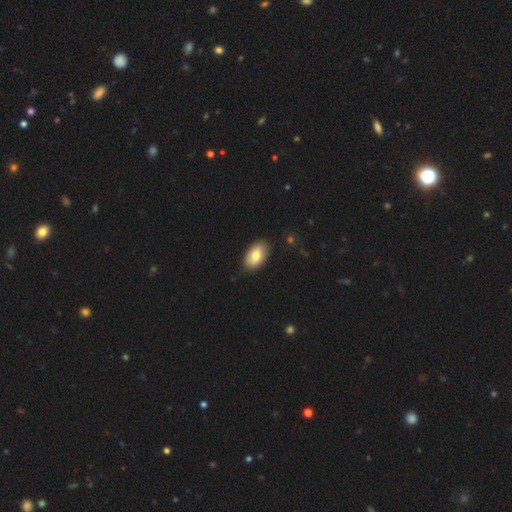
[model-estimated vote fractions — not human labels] smooth_or_featured: smooth (p=0.81) [alt: featured or disk p=0.12]
how_rounded: in between (p=0.93) [alt: round p=0.06]
merging: none (p=0.85) [alt: minor disturbance p=0.12]